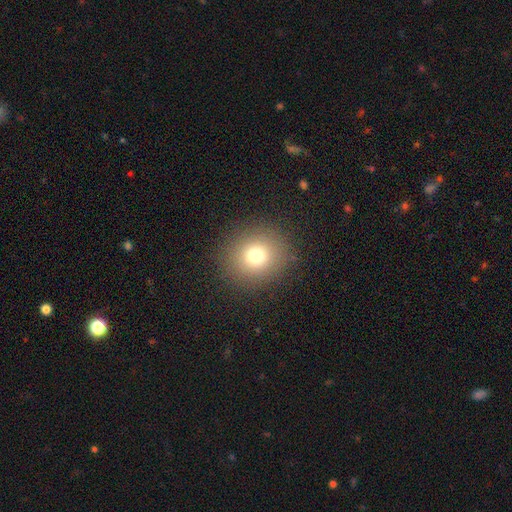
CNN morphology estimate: This appears to be a smooth galaxy with no disk features (74%) that is round (88%). Merging: none (89%).